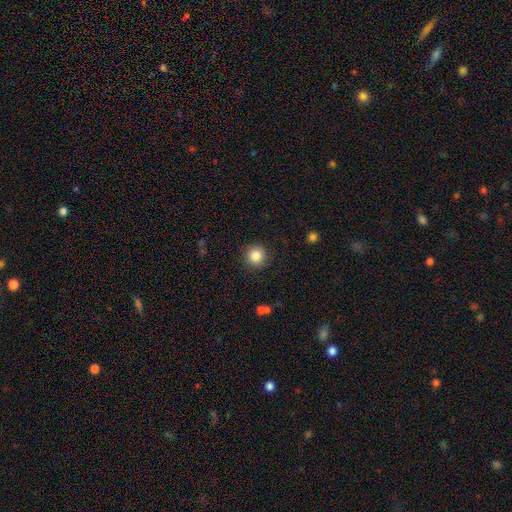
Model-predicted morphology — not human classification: smooth 85%, star or artifact 10%, featured or disk 5%. Down the decision tree: how rounded — round (94%); merging — none (88%).